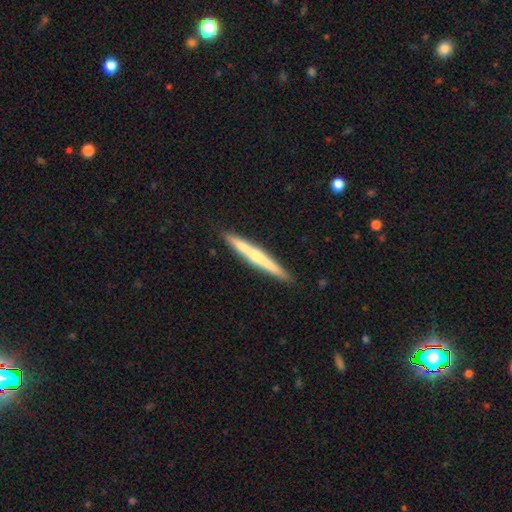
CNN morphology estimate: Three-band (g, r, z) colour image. It shows a featured or disk galaxy (53%) viewed edge-on (96%) with no central bulge (51%). Merging: none (89%).